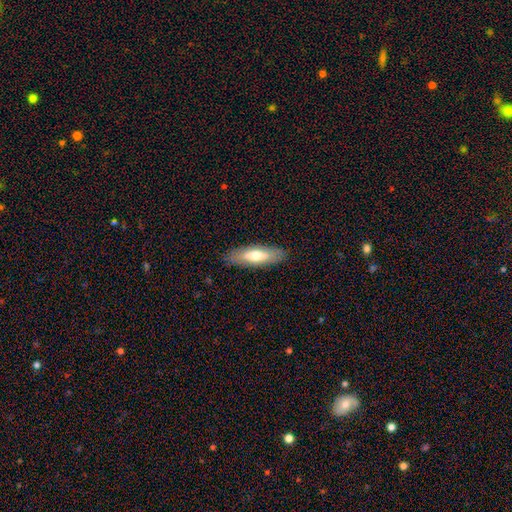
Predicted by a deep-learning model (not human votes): The model was most divided on "how rounded": in between: 53%, cigar-shaped: 45%, round: 2%. More confident: merging — none (87%); smooth or featured — smooth (61%).